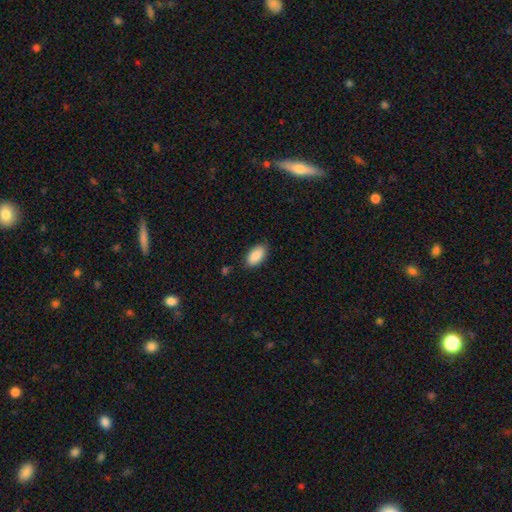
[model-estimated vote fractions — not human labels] A smooth galaxy with no disk features (89%) that is in between round and cigar-shaped (94%). Merging: none (81%).